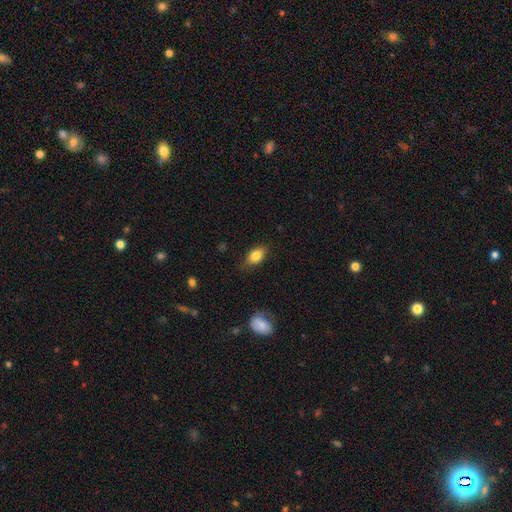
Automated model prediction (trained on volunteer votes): Smooth or featured: smooth — 82% (featured or disk — 10%)
How rounded: in between — 86% (round — 10%)
Merging: none — 79% (minor disturbance — 16%)